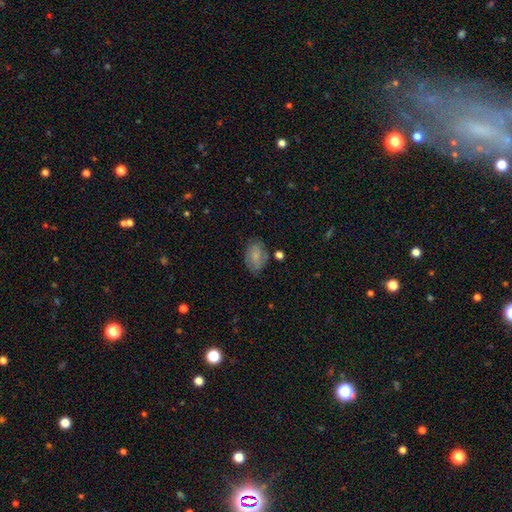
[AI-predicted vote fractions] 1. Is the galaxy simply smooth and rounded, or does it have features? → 71% smooth, 21% featured or disk, 8% star or artifact.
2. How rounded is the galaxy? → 82% in between, 17% round, 1% cigar-shaped.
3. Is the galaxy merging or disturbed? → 71% none, 20% minor disturbance, 6% major disturbance, 4% merger.